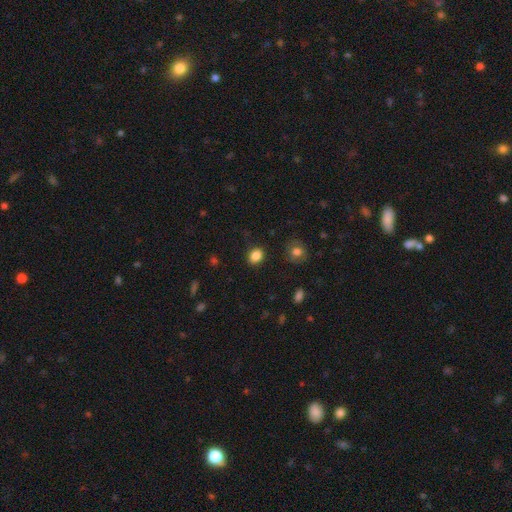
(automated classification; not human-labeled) Morphology: type=smooth (86%); roundness=in between (51%); merging=none (86%).